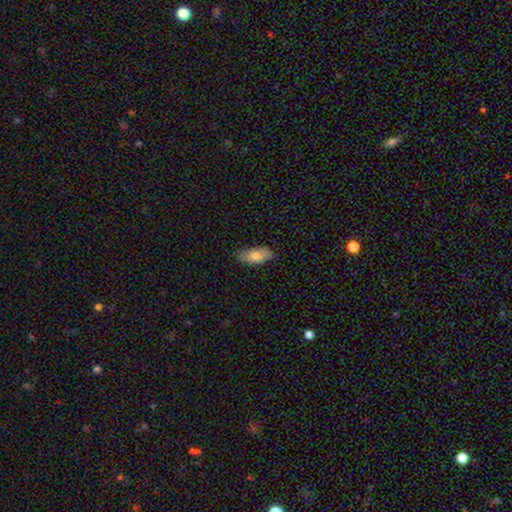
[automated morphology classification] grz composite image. It shows a smooth galaxy with no disk features (80%) that is in between round and cigar-shaped (84%). Merging: none (81%).